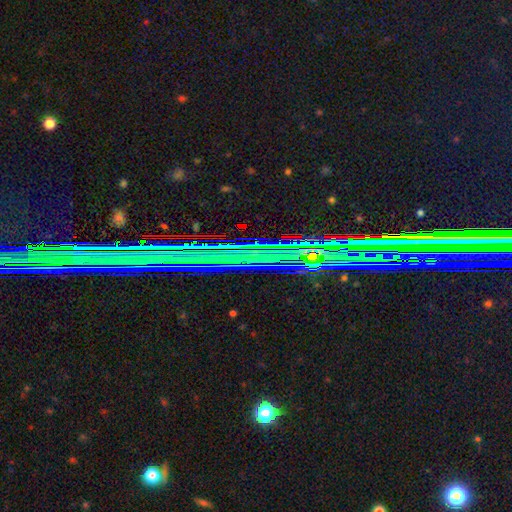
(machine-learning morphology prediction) This is clearly a star or artifact rather than a galaxy (82%).